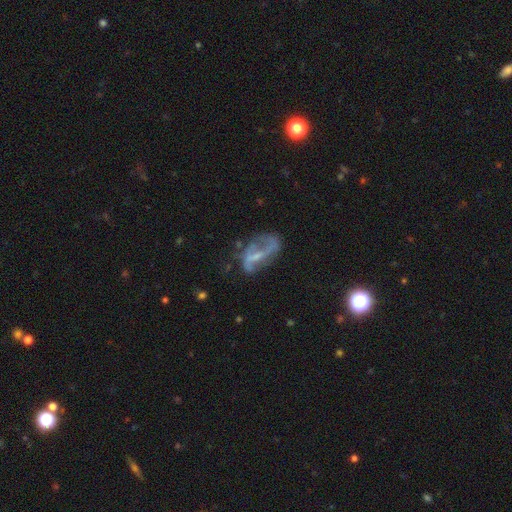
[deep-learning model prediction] smooth_or_featured: featured or disk (p=0.73) [alt: smooth p=0.17]
disk_edge_on: no (p=0.94) [alt: yes p=0.06]
bar: weak (p=0.42) [alt: strong p=0.30]
has_spiral_arms: yes (p=0.76) [alt: no p=0.24]
spiral_winding: loose (p=0.63) [alt: medium p=0.28]
spiral_arm_count: 2 (p=0.71) [alt: 1 p=0.14]
bulge_size: small (p=0.48) [alt: none p=0.31]
merging: none (p=0.45) [alt: major disturbance p=0.27]